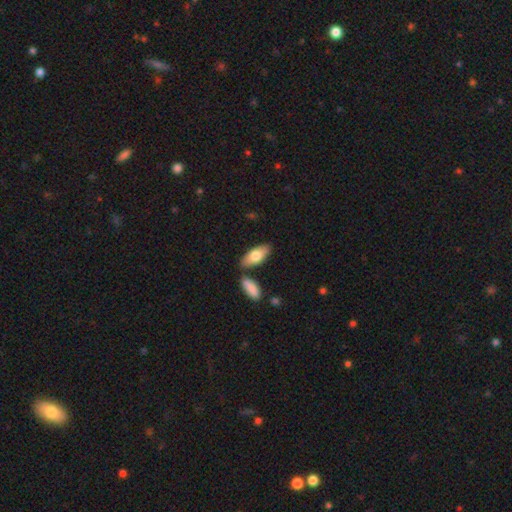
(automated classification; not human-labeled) Overall: smooth (75%). How rounded: in between (81%). Merging: none (75%).